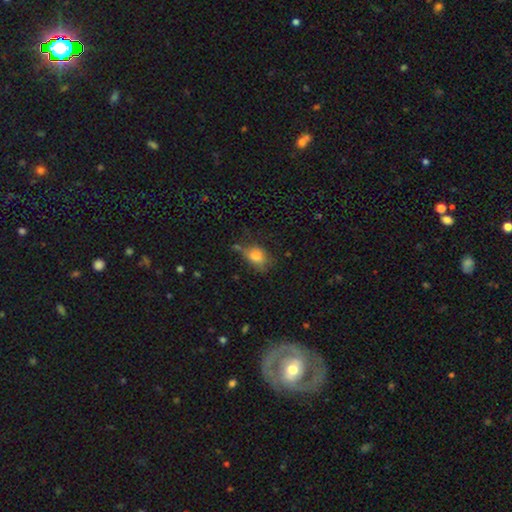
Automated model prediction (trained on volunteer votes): Smooth or featured? Predicted: smooth (p=0.79). How rounded? Predicted: in between (p=0.72). Merging? Predicted: none (p=0.47).